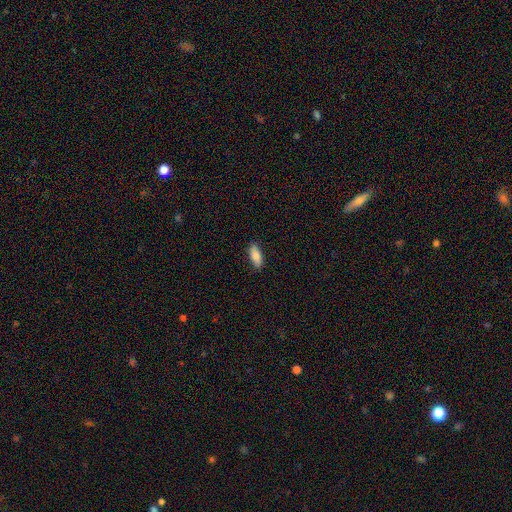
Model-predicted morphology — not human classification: Q: Smooth or featured?
A: smooth (83%); runner-up: featured or disk (11%)
Q: How rounded?
A: in between (78%); runner-up: cigar-shaped (20%)
Q: Merging?
A: none (86%); runner-up: minor disturbance (11%)